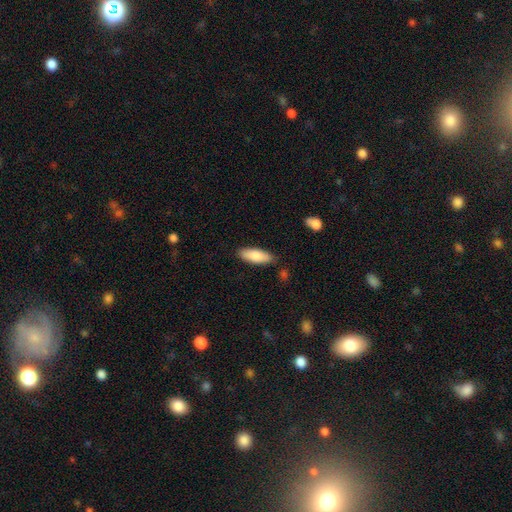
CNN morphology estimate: smooth_or_featured: smooth (p=0.84) [alt: featured or disk p=0.11]
how_rounded: in between (p=0.70) [alt: cigar-shaped p=0.28]
merging: none (p=0.84) [alt: minor disturbance p=0.11]